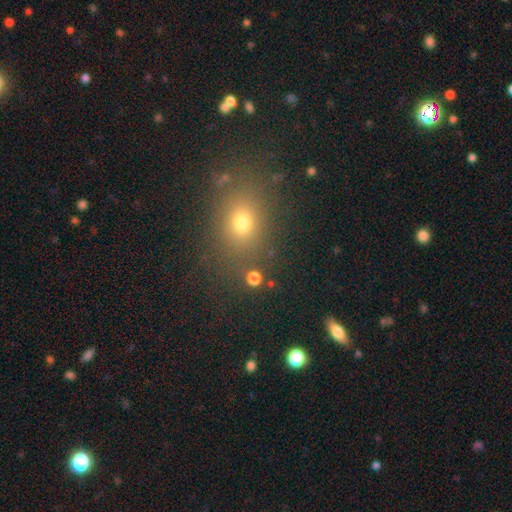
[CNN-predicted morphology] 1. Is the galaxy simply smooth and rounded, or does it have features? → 64% smooth, 26% star or artifact, 10% featured or disk.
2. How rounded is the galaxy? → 50% in between, 48% round, 2% cigar-shaped.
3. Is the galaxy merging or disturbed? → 84% none, 9% minor disturbance, 4% merger, 4% major disturbance.